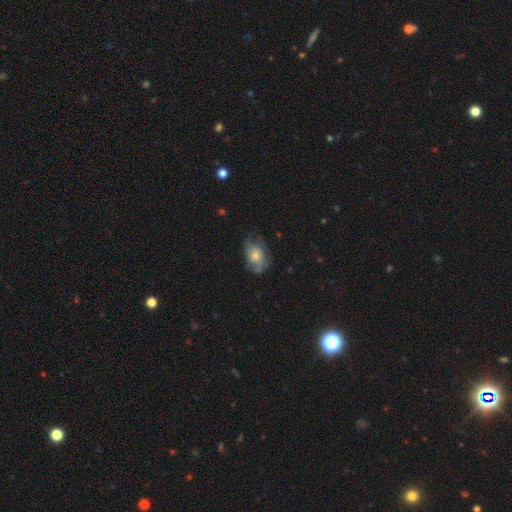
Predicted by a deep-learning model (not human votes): Smooth or featured? smooth (51%)
How rounded? in between (79%)
Merging? none (51%)